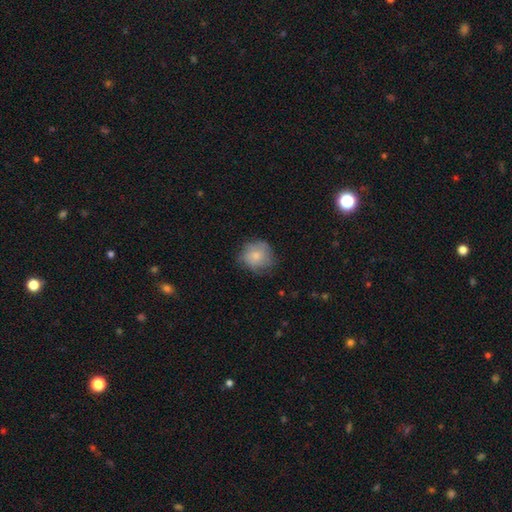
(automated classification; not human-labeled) Q: Smooth or featured?
A: smooth (76%); runner-up: featured or disk (16%)
Q: How rounded?
A: round (87%); runner-up: in between (12%)
Q: Merging?
A: none (67%); runner-up: minor disturbance (24%)